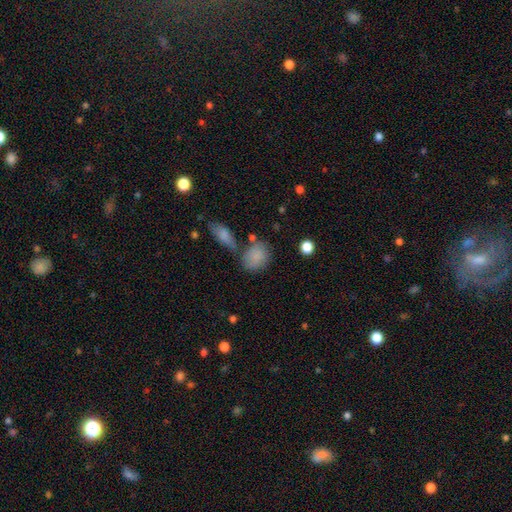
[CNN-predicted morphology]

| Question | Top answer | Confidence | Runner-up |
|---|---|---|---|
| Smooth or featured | smooth | 84% | star or artifact (8%) |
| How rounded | in between | 58% | round (40%) |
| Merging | none | 60% | minor disturbance (20%) |